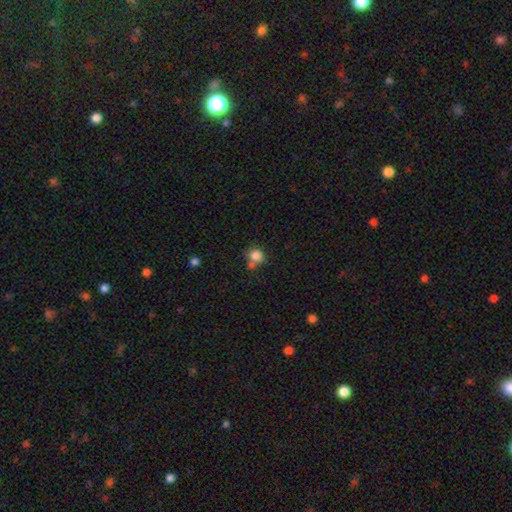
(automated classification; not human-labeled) A smooth galaxy with no disk features (82%) that is round (79%).

Vote fractions:
- Smooth or featured? smooth: 82% / star or artifact: 11% / featured or disk: 7%
- How rounded? round: 79% / in between: 20% / cigar-shaped: 1%
- Merging? none: 57% / merger: 24% / minor disturbance: 15% / major disturbance: 5%